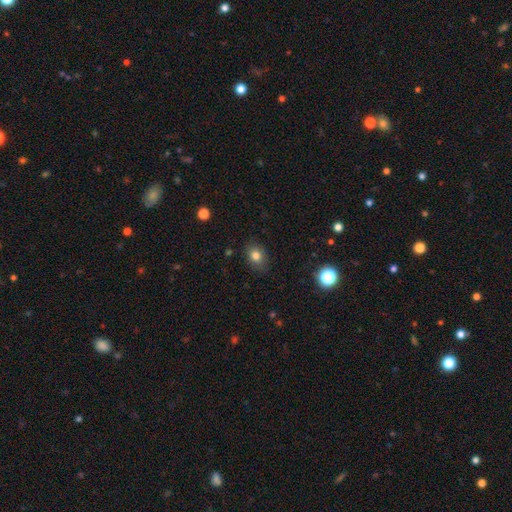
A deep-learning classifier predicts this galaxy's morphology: This is likely a smooth galaxy (80%). How rounded: likely in between (62%). Merging: clearly none (84%).